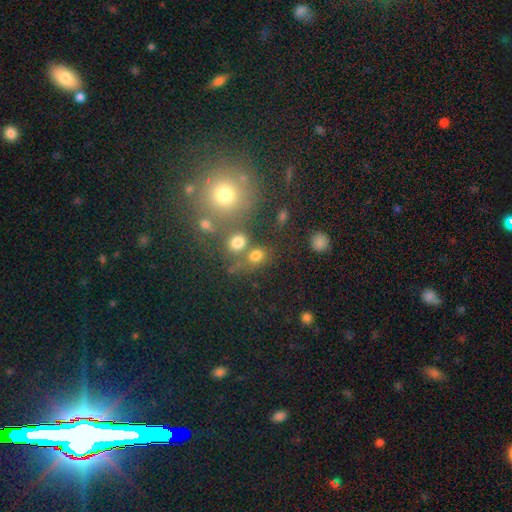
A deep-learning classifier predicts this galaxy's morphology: Q: Smooth or featured?
A: smooth (73%); runner-up: star or artifact (18%)
Q: How rounded?
A: round (58%); runner-up: in between (41%)
Q: Merging?
A: none (59%); runner-up: merger (22%)